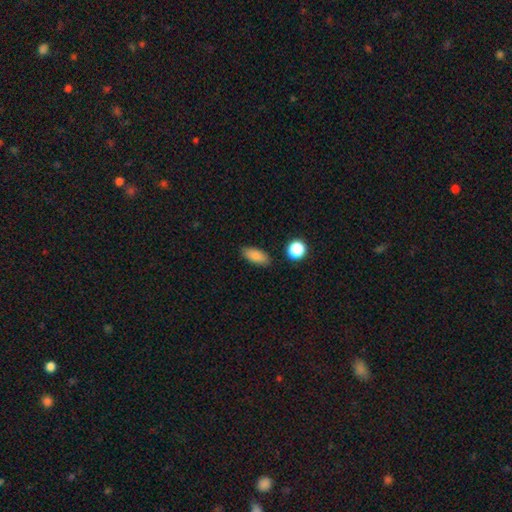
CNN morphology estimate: This appears to be a smooth galaxy with no disk features (85%) that is in between round and cigar-shaped (83%). Merging: none (85%).